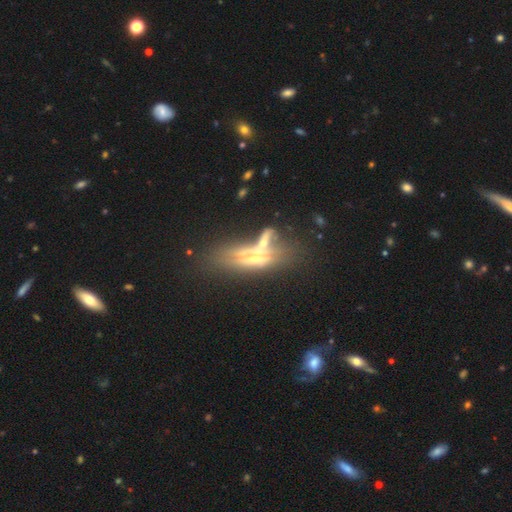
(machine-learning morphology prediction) Smooth or featured? Predicted: featured or disk (p=0.62). Edge-on disk? Predicted: yes (p=0.72). Merging? Predicted: none (p=0.42).